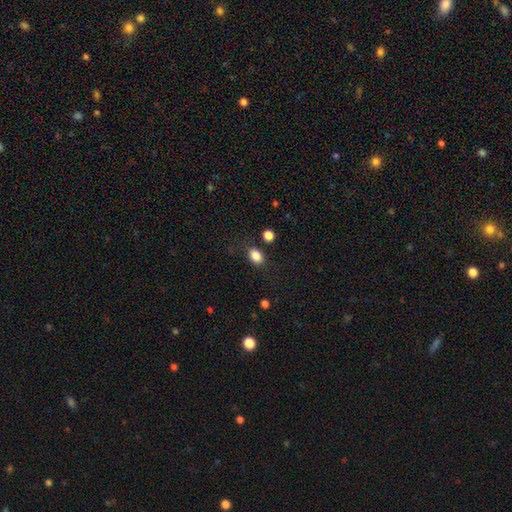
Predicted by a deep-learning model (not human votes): The model was most divided on "how rounded": in between: 69%, round: 30%, cigar-shaped: 1%. More confident: smooth or featured — smooth (85%); merging — none (76%).